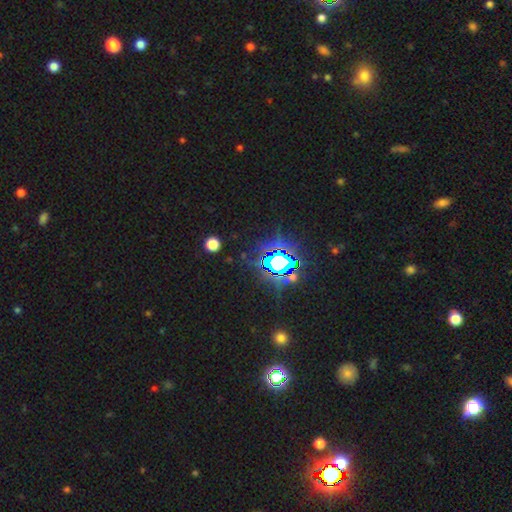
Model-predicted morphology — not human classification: A star or artifact, not a galaxy (83%).

Vote fractions:
- Smooth or featured? star or artifact: 83% / smooth: 11% / featured or disk: 7%